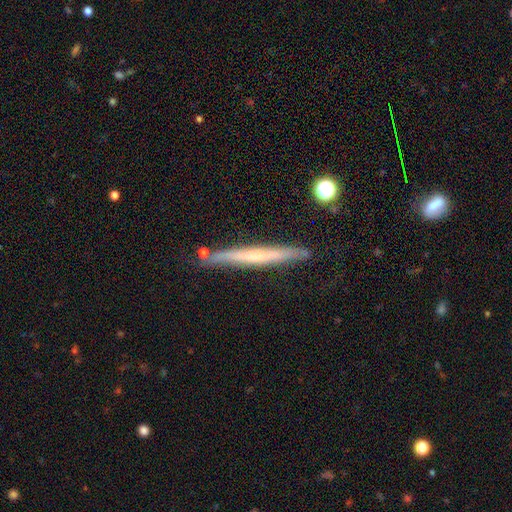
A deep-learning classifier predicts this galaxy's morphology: featured or disk 59%, smooth 35%, star or artifact 6%. Down the decision tree: edge-on disk — yes (95%); edge-on bulge — none (64%); merging — none (81%).